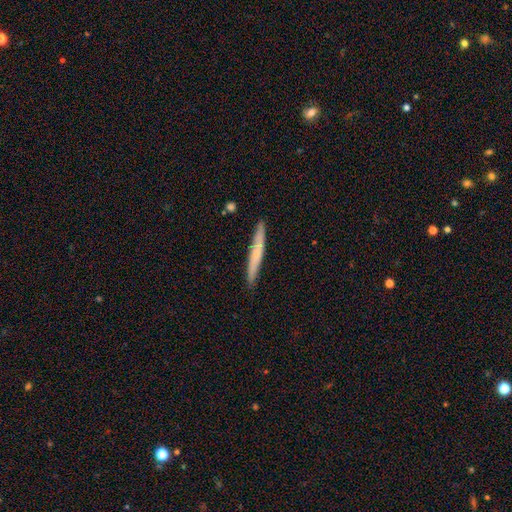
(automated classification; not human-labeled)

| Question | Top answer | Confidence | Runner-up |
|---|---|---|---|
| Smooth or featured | smooth | 48% | featured or disk (46%) |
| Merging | none | 89% | minor disturbance (8%) |